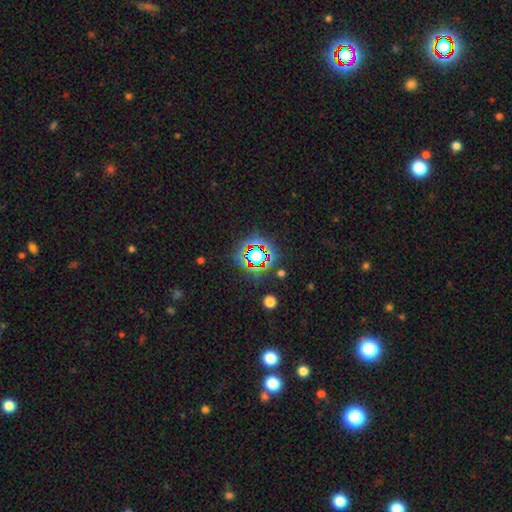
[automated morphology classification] This appears to be a star or artifact, not a galaxy (62%).